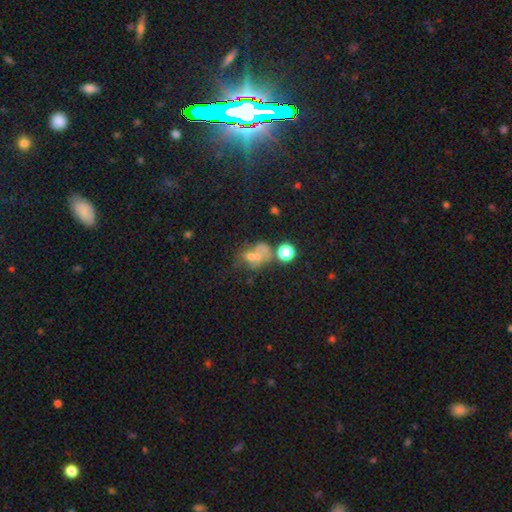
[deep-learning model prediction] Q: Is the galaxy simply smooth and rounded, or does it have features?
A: smooth — 50%.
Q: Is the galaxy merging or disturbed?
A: merger — 52%.